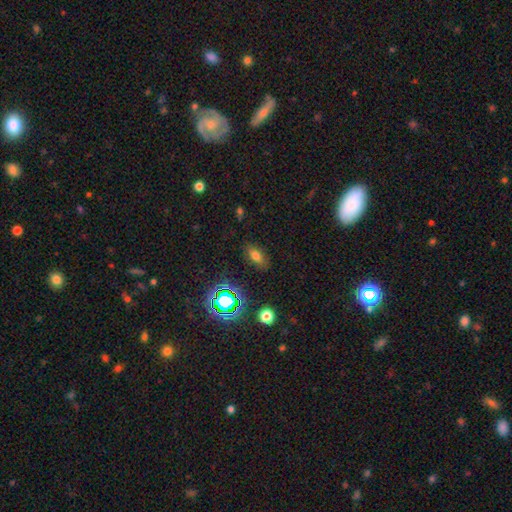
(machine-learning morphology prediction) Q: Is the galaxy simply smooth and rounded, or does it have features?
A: smooth — 68%.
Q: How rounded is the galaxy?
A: in between — 84%.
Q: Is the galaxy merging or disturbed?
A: none — 83%.